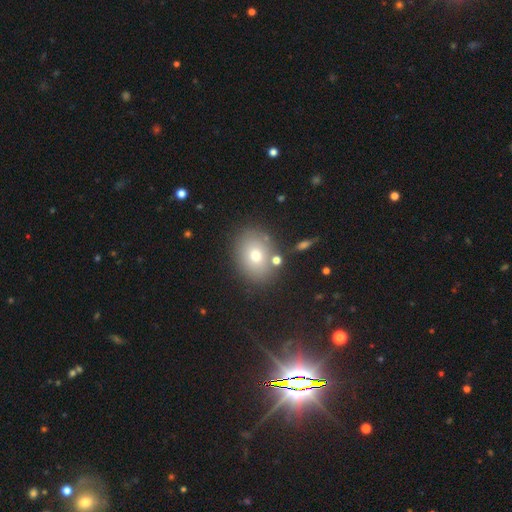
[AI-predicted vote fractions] Smooth or featured? Predicted: smooth (p=0.73). How rounded? Predicted: in between (p=0.62). Merging? Predicted: none (p=0.81).